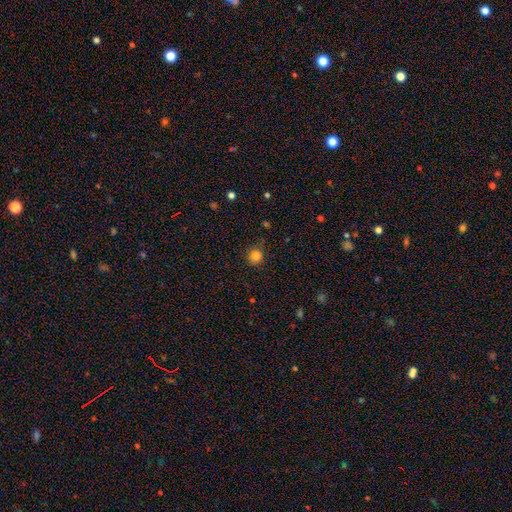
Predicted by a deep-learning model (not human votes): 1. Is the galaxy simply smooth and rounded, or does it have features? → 82% smooth, 13% star or artifact, 6% featured or disk.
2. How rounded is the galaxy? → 89% round, 10% in between, 1% cigar-shaped.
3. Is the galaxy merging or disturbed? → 81% none, 14% minor disturbance, 3% major disturbance, 1% merger.